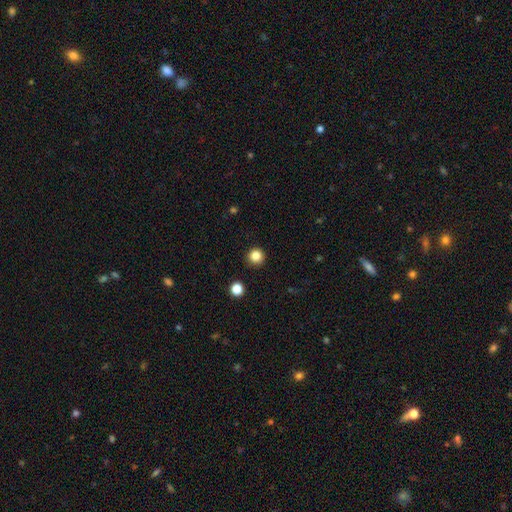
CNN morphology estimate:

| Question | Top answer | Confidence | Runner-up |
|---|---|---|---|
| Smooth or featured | smooth | 85% | star or artifact (12%) |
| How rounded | round | 96% | in between (4%) |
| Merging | none | 93% | minor disturbance (4%) |